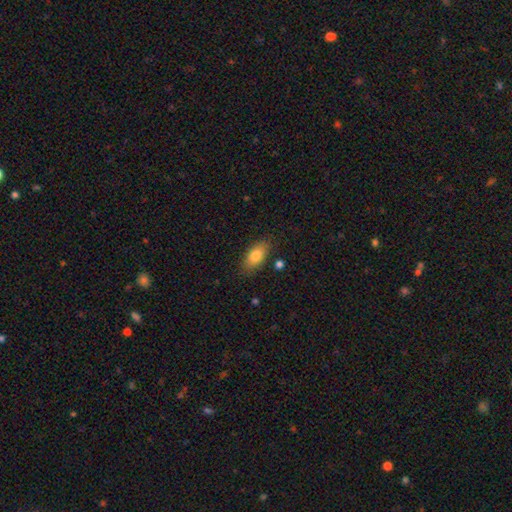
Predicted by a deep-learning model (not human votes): This appears to be a smooth galaxy with no disk features (81%) that is in between round and cigar-shaped (89%). Merging: none (82%).